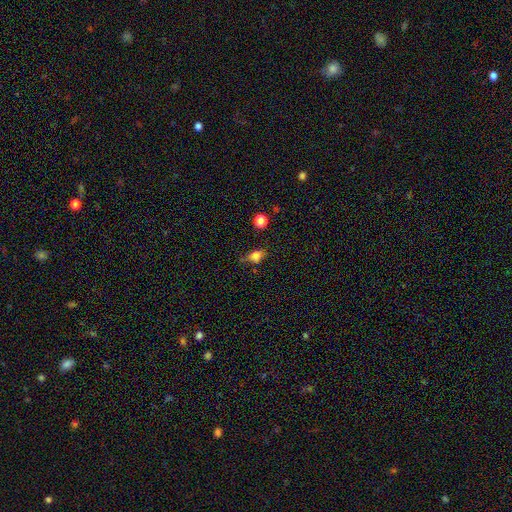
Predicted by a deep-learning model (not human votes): Q: Smooth or featured?
A: smooth (76%); runner-up: star or artifact (13%)
Q: How rounded?
A: in between (65%); runner-up: round (31%)
Q: Merging?
A: none (61%); runner-up: minor disturbance (26%)